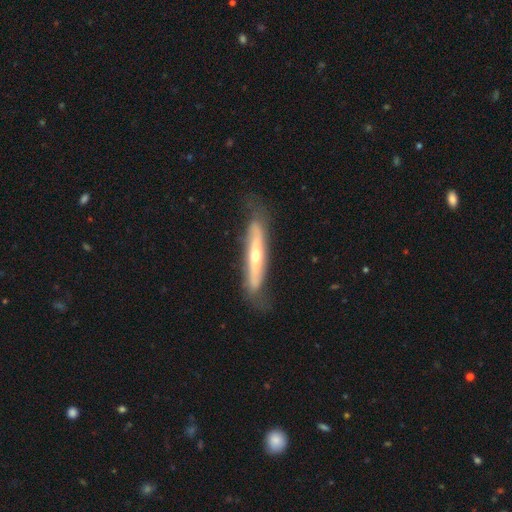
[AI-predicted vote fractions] Overall: featured or disk (68%). Edge-on disk: yes (69%; no 31%). Merging: none (69%).